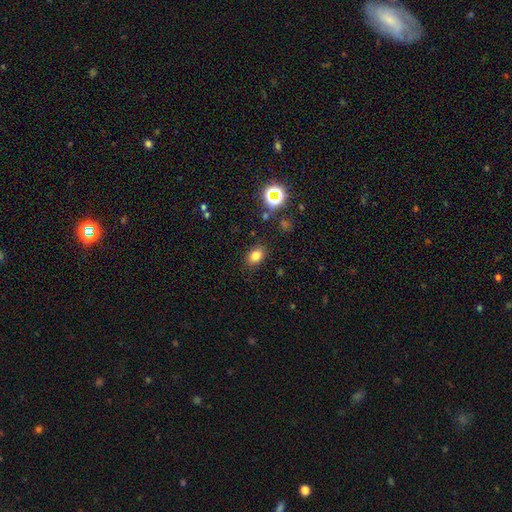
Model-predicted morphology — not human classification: smooth-or-featured: smooth: 77% | star or artifact: 15% | featured or disk: 8%
  how-rounded: in between: 73% | round: 26% | cigar-shaped: 1%
  merging: none: 85% | minor disturbance: 10% | major disturbance: 3% | merger: 2%